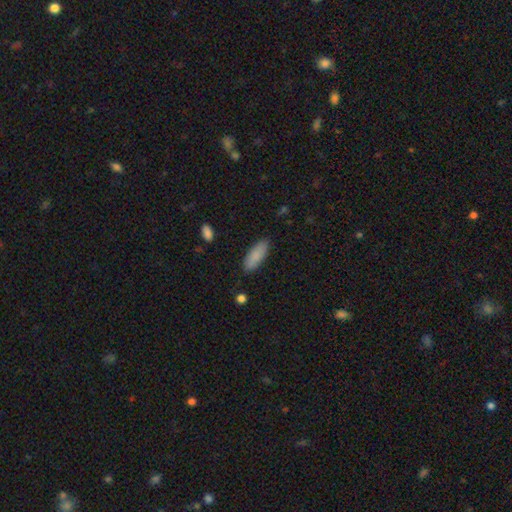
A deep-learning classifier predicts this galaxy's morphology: A smooth galaxy with no disk features (86%) that is in between round and cigar-shaped (72%). Merging: none (86%).